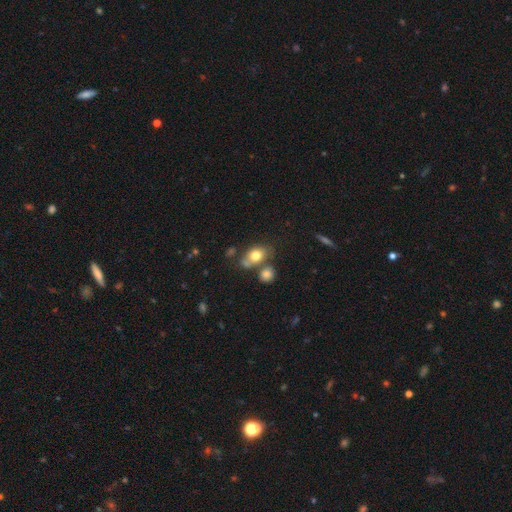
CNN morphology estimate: smooth 74%, featured or disk 17%, star or artifact 9%. Down the decision tree: how rounded — in between (76%); merging — none (49%).